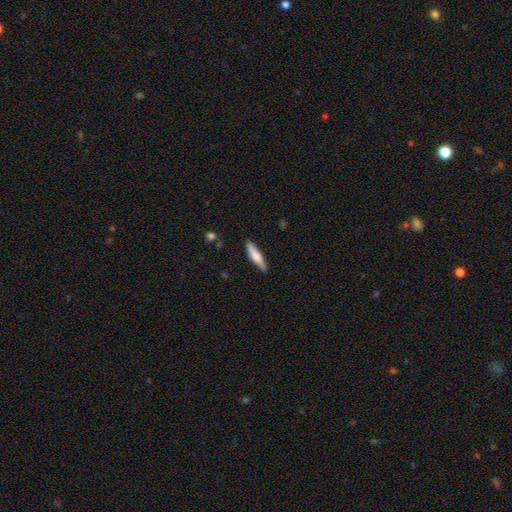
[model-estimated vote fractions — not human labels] smooth-or-featured: smooth: 60% | featured or disk: 35% | star or artifact: 5%
  how-rounded: cigar-shaped: 81% | in between: 18% | round: 2%
  merging: none: 87% | minor disturbance: 10% | major disturbance: 2% | merger: 1%